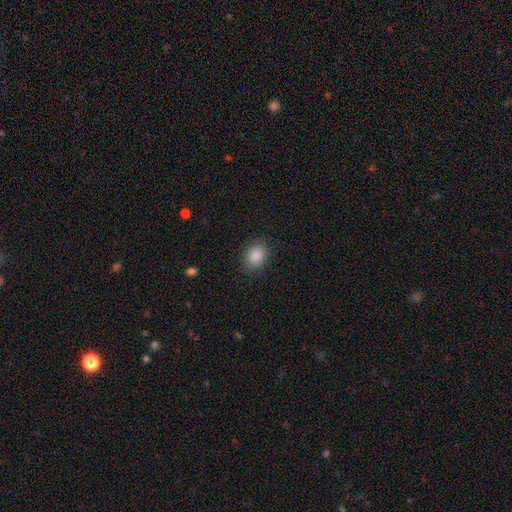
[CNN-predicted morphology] Q: Smooth or featured?
A: smooth (88%); runner-up: star or artifact (8%)
Q: How rounded?
A: in between (57%); runner-up: round (42%)
Q: Merging?
A: none (86%); runner-up: minor disturbance (10%)